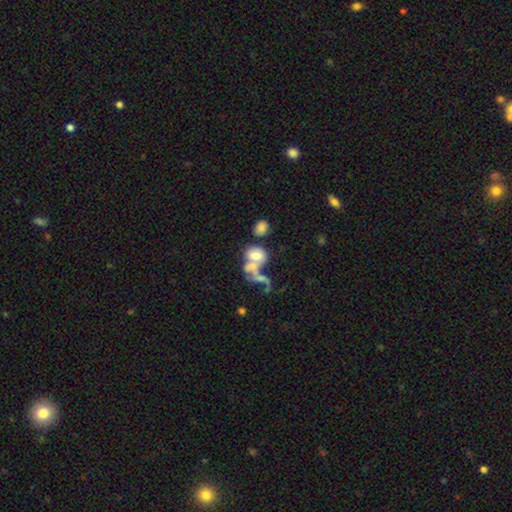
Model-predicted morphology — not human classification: smooth-or-featured: smooth: 51% | featured or disk: 37% | star or artifact: 12%
  how-rounded: in between: 76% | round: 22% | cigar-shaped: 2%
  merging: merger: 60% | none: 16% | major disturbance: 15% | minor disturbance: 8%